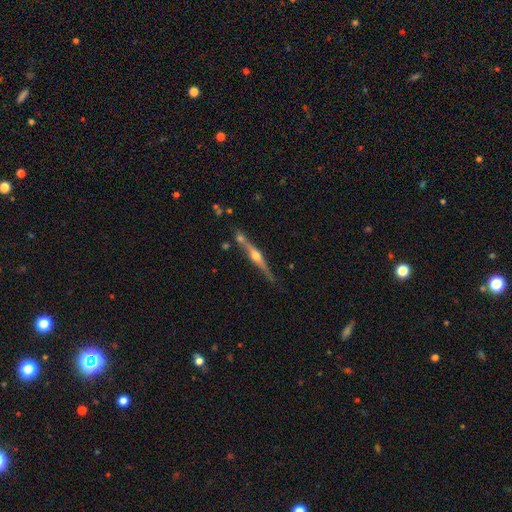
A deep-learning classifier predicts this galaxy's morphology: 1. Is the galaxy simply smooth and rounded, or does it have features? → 80% featured or disk, 14% smooth, 6% star or artifact.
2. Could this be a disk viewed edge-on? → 97% yes, 3% no.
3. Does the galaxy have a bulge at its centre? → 93% rounded, 4% boxy, 3% none.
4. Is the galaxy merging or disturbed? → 74% none, 13% minor disturbance, 9% merger, 3% major disturbance.